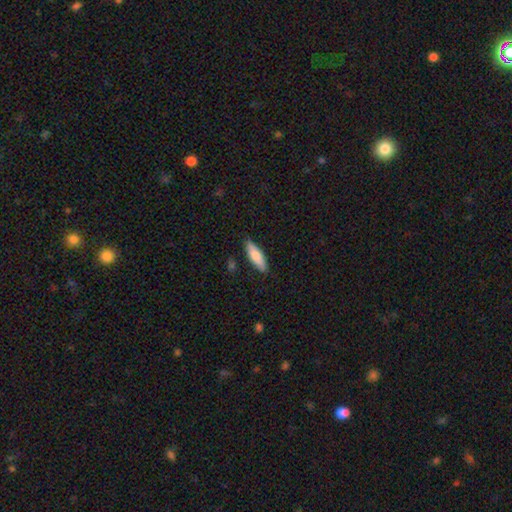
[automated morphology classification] A smooth galaxy with no disk features (80%) that is in between round and cigar-shaped (53%). Merging: none (85%).